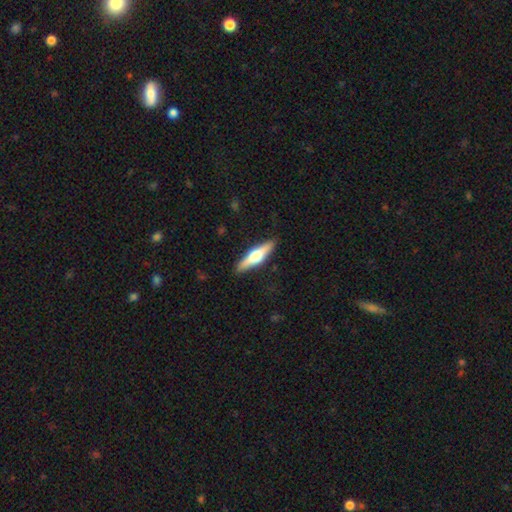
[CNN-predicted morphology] This is possibly a featured or disk galaxy (57%). It is clearly viewed edge-on (95%). Edge-on bulge: clearly rounded (94%). Merging: clearly none (90%).